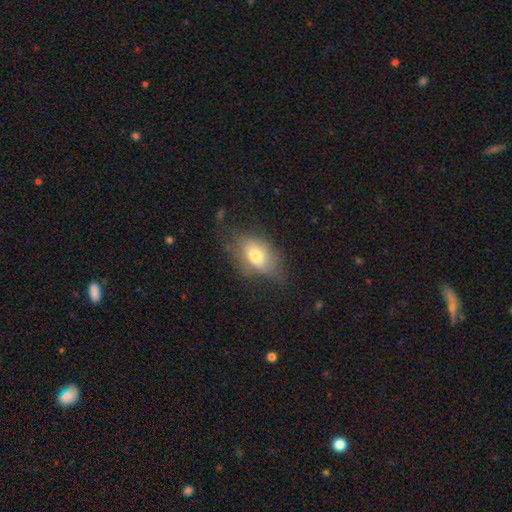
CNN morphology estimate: Overall: smooth (69%). How rounded: in between (85%). Merging: none (54%; minor disturbance 29%).